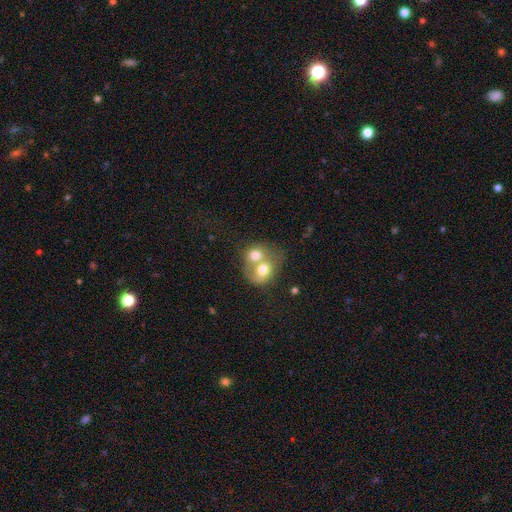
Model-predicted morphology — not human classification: smooth-or-featured: smooth: 53% | featured or disk: 28% | star or artifact: 19%
  how-rounded: round: 71% | in between: 27% | cigar-shaped: 2%
  merging: merger: 65% | none: 23% | minor disturbance: 6% | major disturbance: 5%